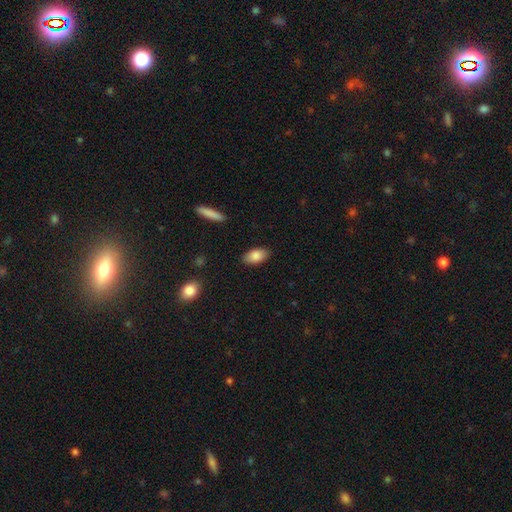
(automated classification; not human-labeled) smooth 84%, featured or disk 9%, star or artifact 7%. Down the decision tree: how rounded — in between (91%); merging — none (86%).